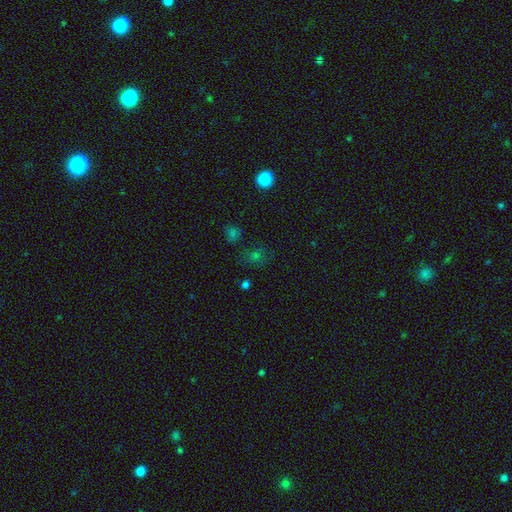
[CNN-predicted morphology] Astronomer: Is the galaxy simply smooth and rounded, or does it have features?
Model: smooth — 48% (runner-up: star or artifact, 40%).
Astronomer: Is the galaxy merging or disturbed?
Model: none — 72%.